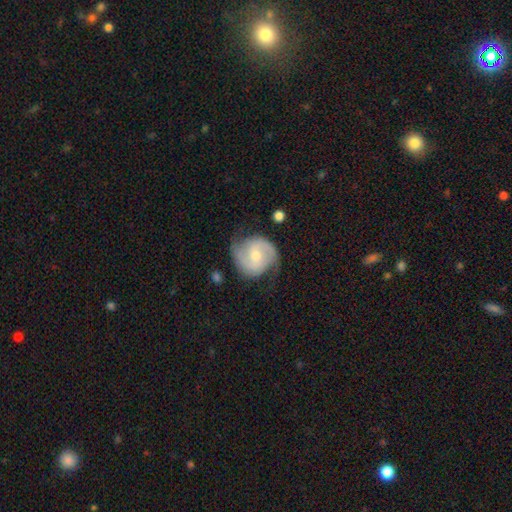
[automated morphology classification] featured or disk 81%, smooth 14%, star or artifact 5%. Down the decision tree: edge-on disk — no (98%); bar — no (47%); spiral arms — yes (96%); spiral arm count — 2 (88%); spiral winding — medium (50%); bulge size — moderate (55%); merging — none (69%).